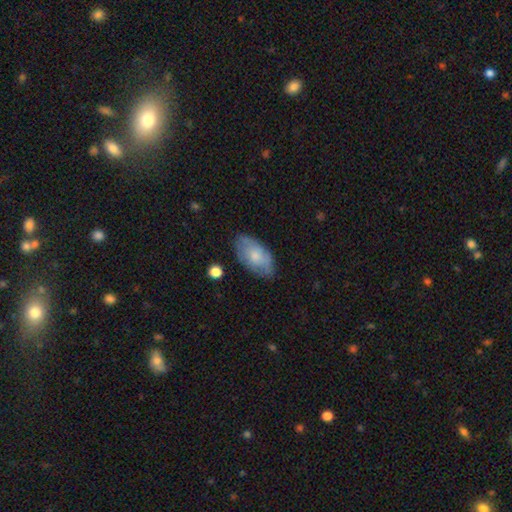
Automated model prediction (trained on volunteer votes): smooth 65%, featured or disk 28%, star or artifact 6%. Down the decision tree: how rounded — in between (94%); merging — none (74%).